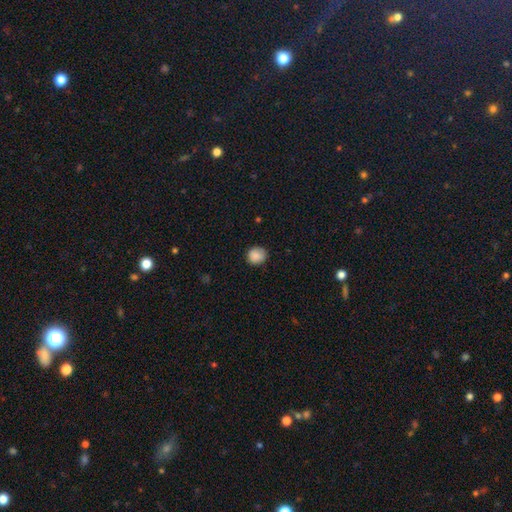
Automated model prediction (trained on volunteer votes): A smooth galaxy with no disk features (88%) that is round (85%).

Vote fractions:
- Smooth or featured? smooth: 88% / star or artifact: 9% / featured or disk: 3%
- How rounded? round: 85% / in between: 14% / cigar-shaped: 1%
- Merging? none: 84% / minor disturbance: 12% / major disturbance: 2% / merger: 1%